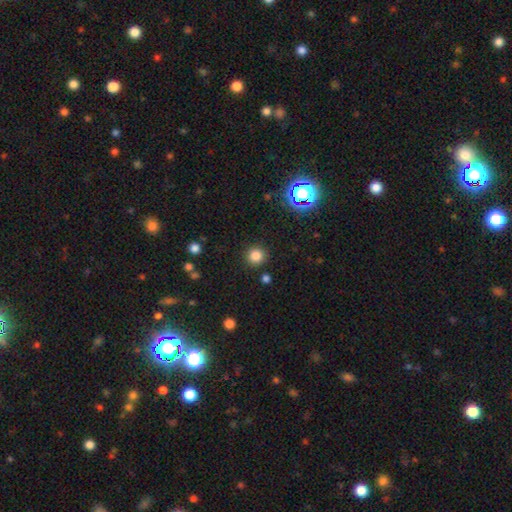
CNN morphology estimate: Q: Smooth or featured?
A: smooth (81%); runner-up: star or artifact (15%)
Q: How rounded?
A: round (93%); runner-up: in between (6%)
Q: Merging?
A: none (90%); runner-up: minor disturbance (6%)